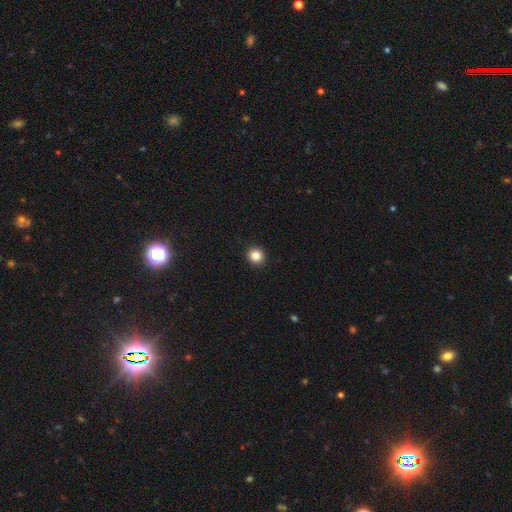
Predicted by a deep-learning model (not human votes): Overall: smooth (84%). How rounded: round (93%). Merging: none (93%).